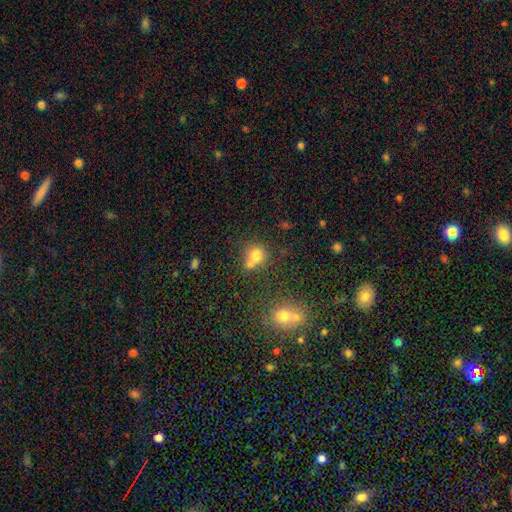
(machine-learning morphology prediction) A smooth galaxy with no disk features (74%) that is round (82%). Merging: merger (46%).